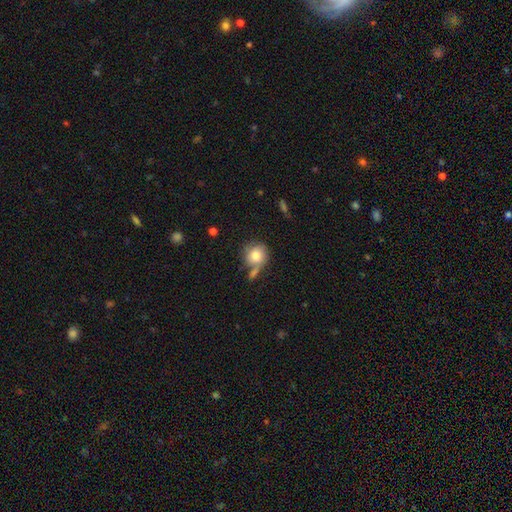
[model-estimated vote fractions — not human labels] A smooth galaxy with no disk features (77%) that is round (84%).

Vote fractions:
- Smooth or featured? smooth: 77% / featured or disk: 15% / star or artifact: 8%
- How rounded? round: 84% / in between: 15% / cigar-shaped: 1%
- Merging? none: 51% / merger: 21% / minor disturbance: 19% / major disturbance: 8%